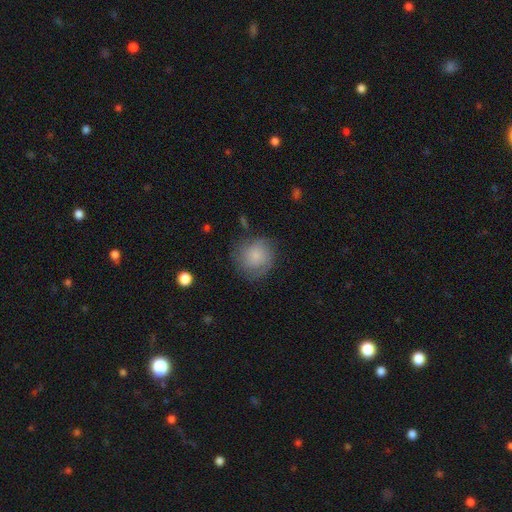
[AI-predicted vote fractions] Smooth or featured? Predicted: smooth (p=0.63). How rounded? Predicted: round (p=0.87). Merging? Predicted: none (p=0.71).